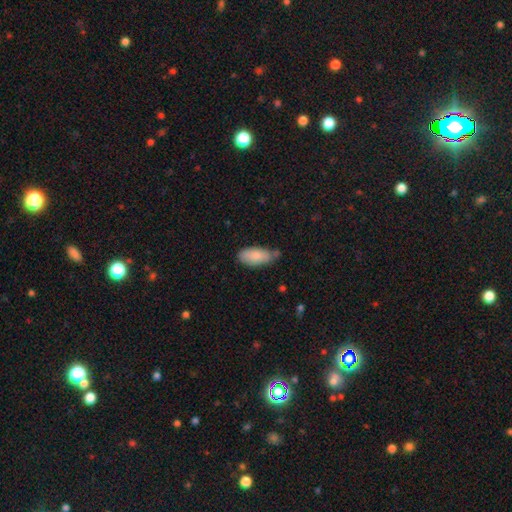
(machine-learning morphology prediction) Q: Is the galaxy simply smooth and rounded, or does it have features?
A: smooth — 82%.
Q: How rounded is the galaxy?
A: in between — 91%.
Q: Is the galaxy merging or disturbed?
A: none — 57%.